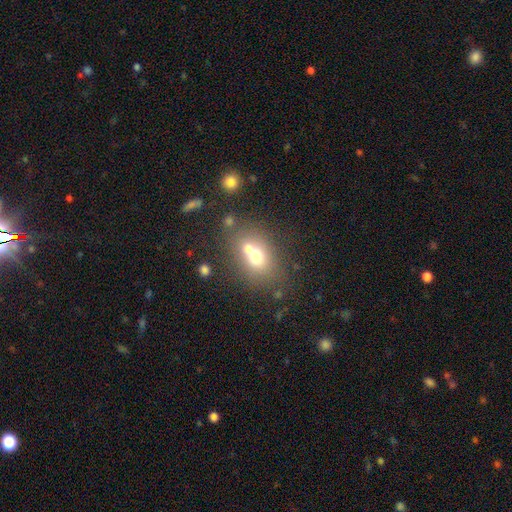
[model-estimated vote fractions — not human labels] smooth-or-featured: smooth: 65% | featured or disk: 22% | star or artifact: 13%
  how-rounded: in between: 57% | round: 42% | cigar-shaped: 2%
  merging: merger: 42% | none: 41% | minor disturbance: 11% | major disturbance: 6%